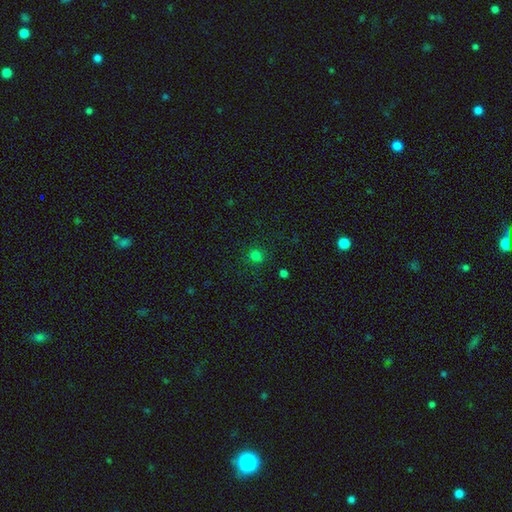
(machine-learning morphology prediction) smooth_or_featured: smooth (p=0.75) [alt: star or artifact p=0.20]
how_rounded: round (p=0.79) [alt: in between p=0.20]
merging: none (p=0.83) [alt: minor disturbance p=0.11]